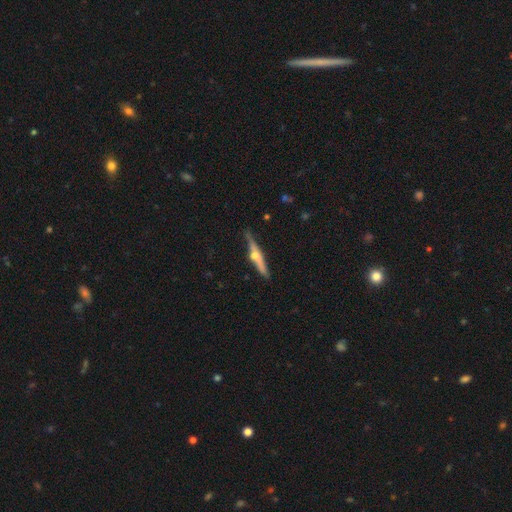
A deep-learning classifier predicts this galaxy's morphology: Q: Smooth or featured?
A: featured or disk (66%); runner-up: smooth (28%)
Q: Edge-on disk?
A: yes (96%); runner-up: no (4%)
Q: Edge-on bulge?
A: rounded (87%); runner-up: none (7%)
Q: Merging?
A: none (77%); runner-up: minor disturbance (15%)